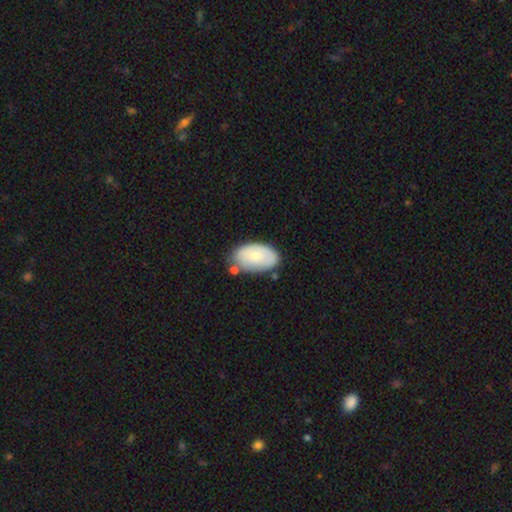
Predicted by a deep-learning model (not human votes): Q: Smooth or featured?
A: smooth (68%); runner-up: featured or disk (26%)
Q: How rounded?
A: in between (94%); runner-up: round (5%)
Q: Merging?
A: none (68%); runner-up: minor disturbance (21%)